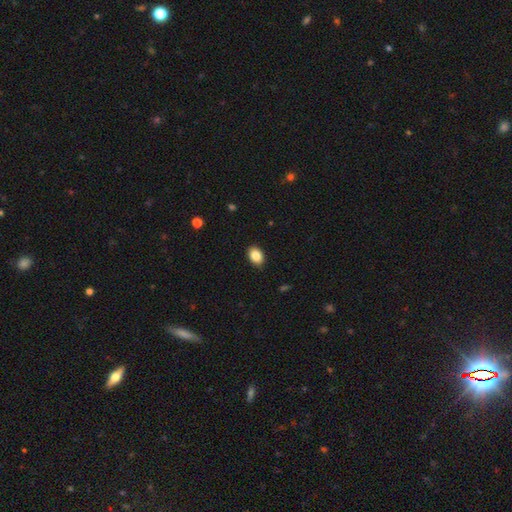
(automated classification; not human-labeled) This appears to be a smooth galaxy with no disk features (87%) that is in between round and cigar-shaped (81%). Merging: none (89%).